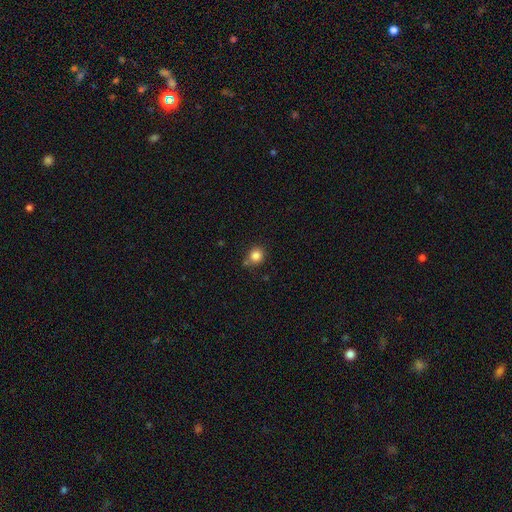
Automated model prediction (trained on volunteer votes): smooth_or_featured: smooth (p=0.84) [alt: star or artifact p=0.11]
how_rounded: round (p=0.84) [alt: in between p=0.15]
merging: none (p=0.75) [alt: minor disturbance p=0.14]